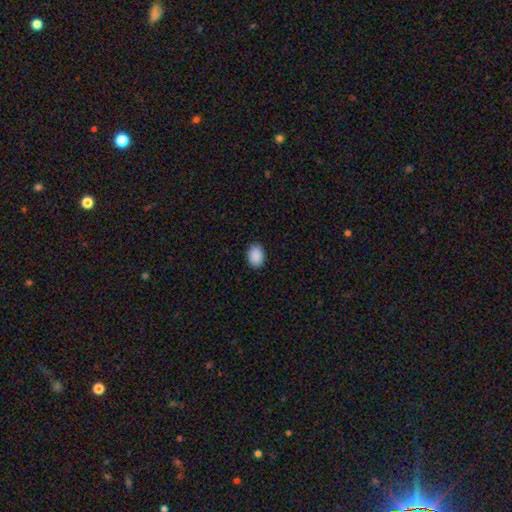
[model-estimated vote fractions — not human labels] This appears to be a smooth galaxy with no disk features (91%) that is in between round and cigar-shaped (78%). Merging: none (89%).